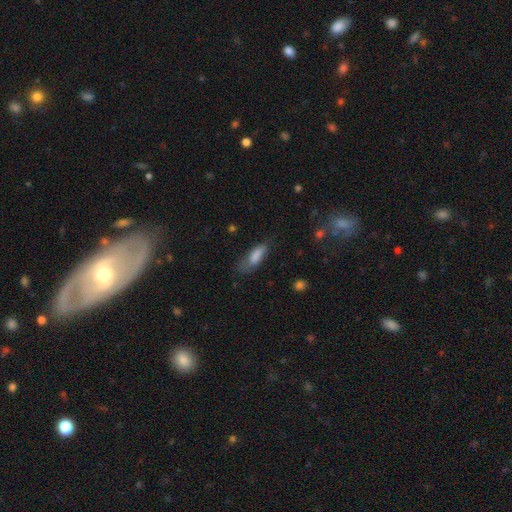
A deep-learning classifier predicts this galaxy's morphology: This is clearly a smooth galaxy (81%). How rounded: likely in between (70%). Merging: possibly none (47%).